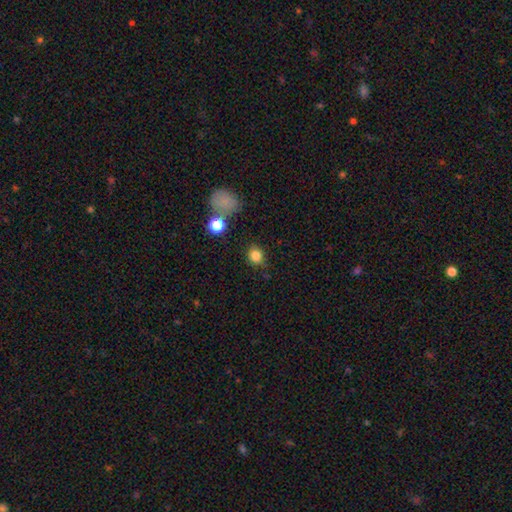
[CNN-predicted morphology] This is clearly a smooth galaxy (83%). How rounded: likely round (77%). Merging: likely none (80%).